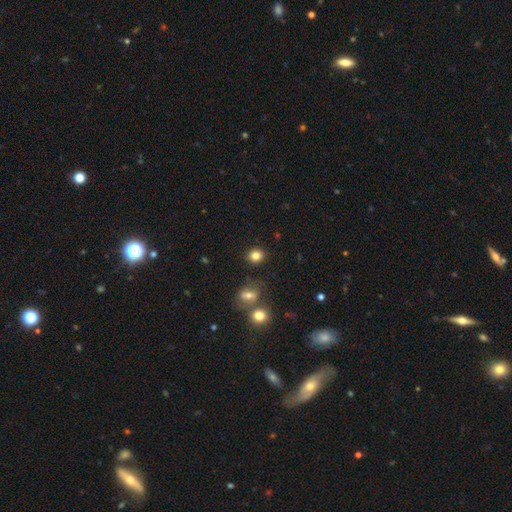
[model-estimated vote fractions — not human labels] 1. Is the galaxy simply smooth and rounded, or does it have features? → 83% smooth, 11% star or artifact, 6% featured or disk.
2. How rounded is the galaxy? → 80% round, 19% in between, 1% cigar-shaped.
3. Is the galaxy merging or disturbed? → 86% none, 7% minor disturbance, 4% merger, 2% major disturbance.